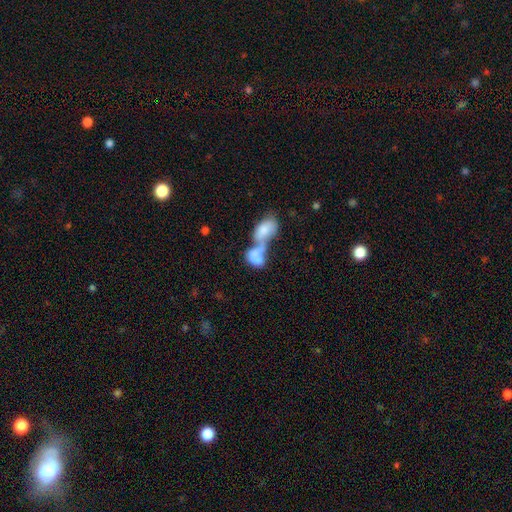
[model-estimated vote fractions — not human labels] smooth-or-featured: smooth: 71% | featured or disk: 22% | star or artifact: 7%
  how-rounded: in between: 84% | round: 12% | cigar-shaped: 4%
  merging: merger: 82% | none: 7% | major disturbance: 6% | minor disturbance: 4%